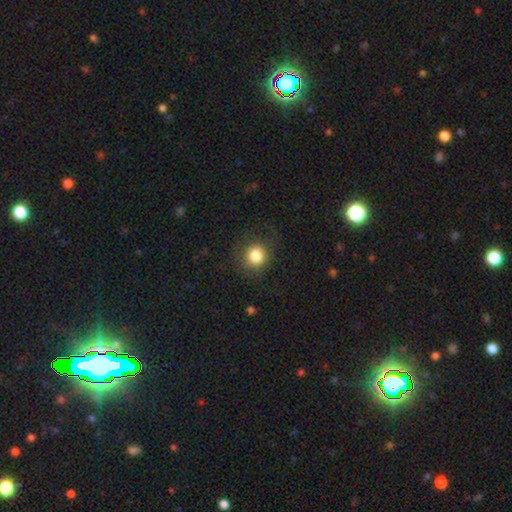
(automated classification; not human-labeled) Smooth or featured? Predicted: smooth (p=0.84). How rounded? Predicted: round (p=0.91). Merging? Predicted: none (p=0.82).